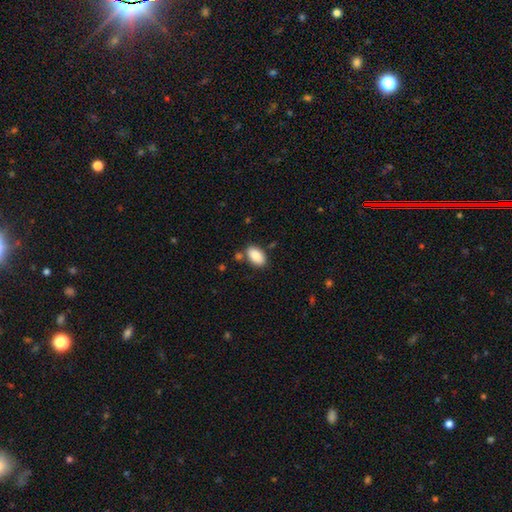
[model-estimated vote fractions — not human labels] smooth-or-featured: smooth: 88% | star or artifact: 7% | featured or disk: 5%
  how-rounded: in between: 93% | round: 5% | cigar-shaped: 2%
  merging: none: 76% | minor disturbance: 12% | merger: 8% | major disturbance: 3%